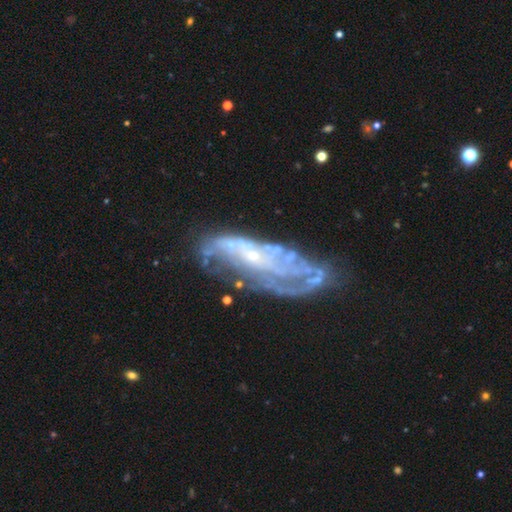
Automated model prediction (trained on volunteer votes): featured or disk 81%, smooth 10%, star or artifact 9%. Down the decision tree: edge-on disk — no (86%); bar — no (66%); spiral arms — yes (84%); spiral arm count — can't tell (45%); spiral winding — tight (52%); bulge size — small (73%); merging — none (54%).